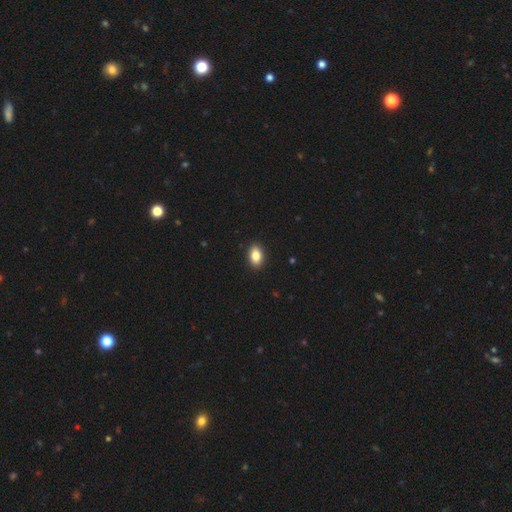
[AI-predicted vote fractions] This is clearly a smooth galaxy (85%). How rounded: clearly in between (88%). Merging: clearly none (91%).